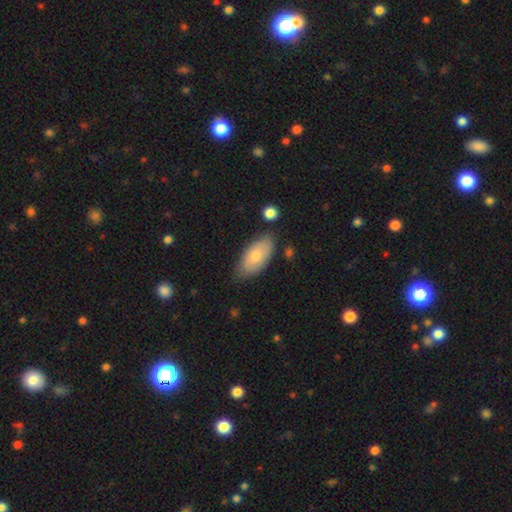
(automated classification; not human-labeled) Q: Smooth or featured?
A: smooth (70%); runner-up: featured or disk (23%)
Q: How rounded?
A: in between (91%); runner-up: cigar-shaped (6%)
Q: Merging?
A: none (73%); runner-up: minor disturbance (21%)